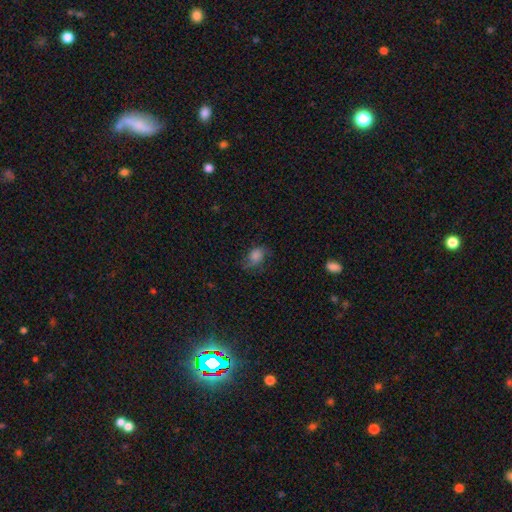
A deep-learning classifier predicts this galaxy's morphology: Q: Smooth or featured?
A: smooth (65%); runner-up: featured or disk (21%)
Q: How rounded?
A: in between (75%); runner-up: round (23%)
Q: Merging?
A: none (59%); runner-up: minor disturbance (26%)